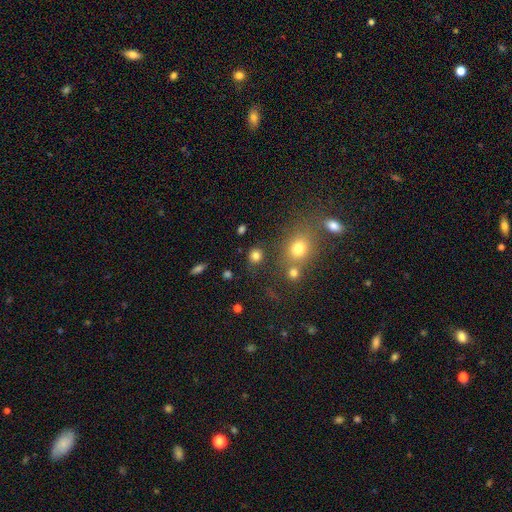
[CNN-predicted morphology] Smooth or featured: smooth — 78% (star or artifact — 15%)
How rounded: round — 80% (in between — 18%)
Merging: none — 77% (minor disturbance — 10%)